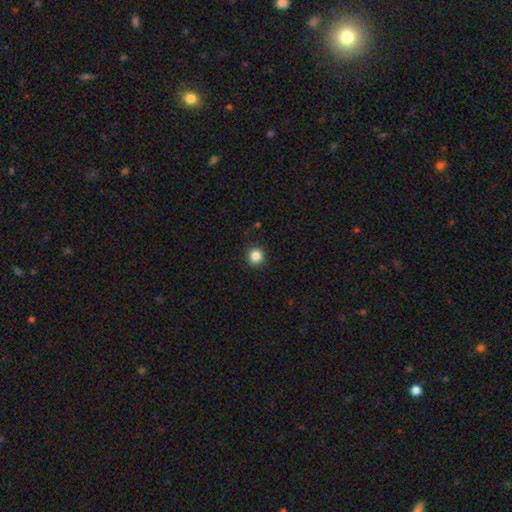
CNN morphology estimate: Smooth or featured? smooth (85%)
How rounded? round (94%)
Merging? none (92%)